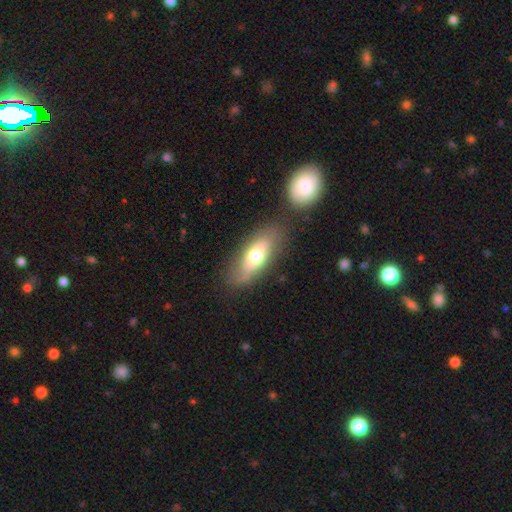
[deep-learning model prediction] smooth-or-featured: smooth: 58% | featured or disk: 35% | star or artifact: 7%
  how-rounded: in between: 74% | cigar-shaped: 22% | round: 4%
  merging: none: 71% | minor disturbance: 17% | major disturbance: 6% | merger: 5%